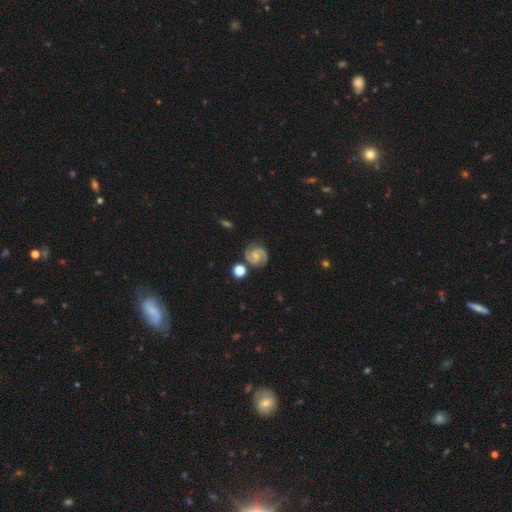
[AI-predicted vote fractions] Morphology: type=featured or disk (88%); edge-on=no (98%); bar=no (57%); spiral arms=yes (98%); winding=tight (56%); arm count=2 (90%); bulge=small (56%); merging=none (80%).